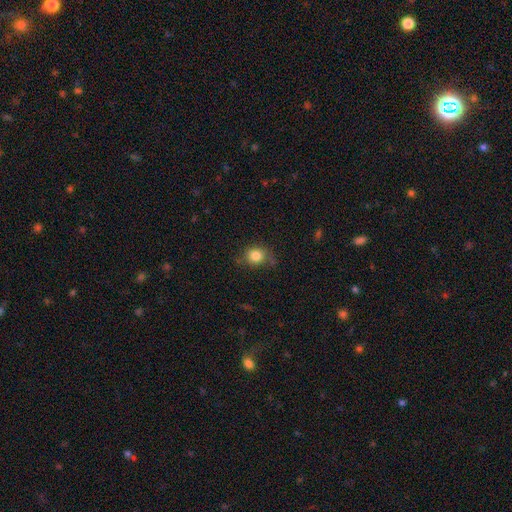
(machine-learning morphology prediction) This is clearly a smooth galaxy (82%). How rounded: likely round (71%). Merging: likely none (67%).